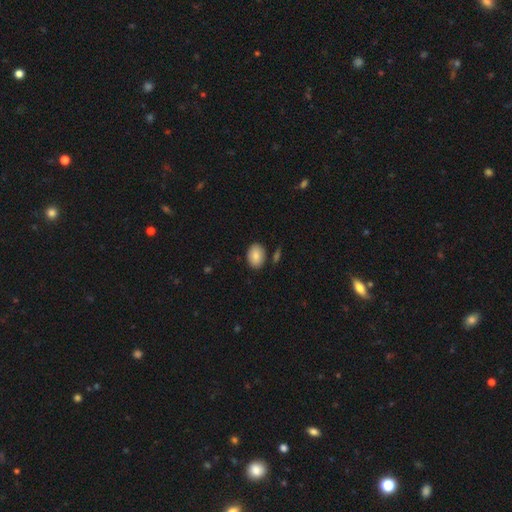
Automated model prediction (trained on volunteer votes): Smooth or featured? smooth (85%)
How rounded? in between (82%)
Merging? none (82%)